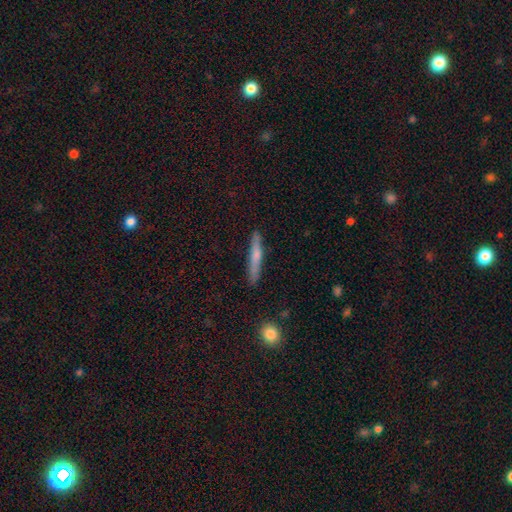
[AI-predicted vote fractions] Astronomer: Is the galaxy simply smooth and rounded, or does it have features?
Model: smooth — 61%.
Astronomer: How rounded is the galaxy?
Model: cigar-shaped — 94%.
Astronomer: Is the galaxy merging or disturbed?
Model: none — 87%.